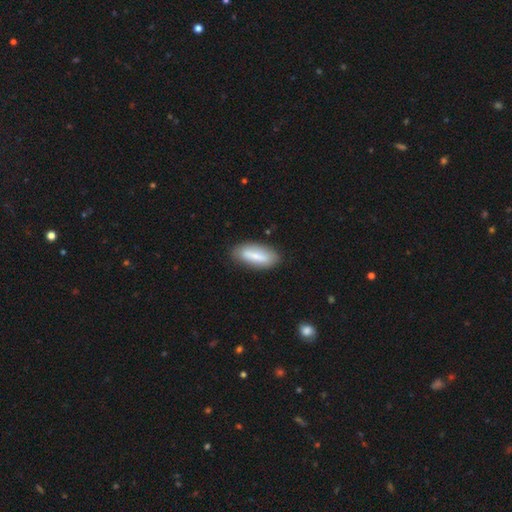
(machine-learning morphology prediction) Q: Smooth or featured?
A: smooth (72%); runner-up: featured or disk (22%)
Q: How rounded?
A: in between (73%); runner-up: cigar-shaped (24%)
Q: Merging?
A: none (82%); runner-up: minor disturbance (14%)